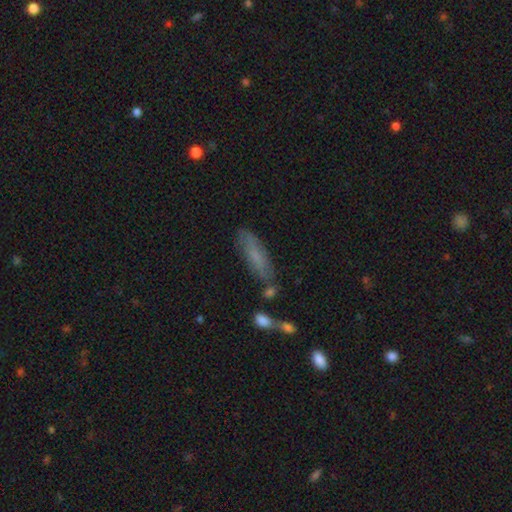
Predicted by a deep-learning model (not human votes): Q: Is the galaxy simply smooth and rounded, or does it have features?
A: smooth — 66%.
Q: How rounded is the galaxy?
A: cigar-shaped — 64%.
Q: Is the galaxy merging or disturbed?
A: none — 74%.